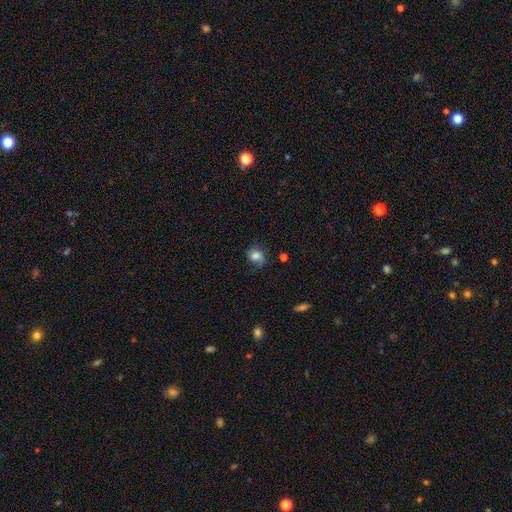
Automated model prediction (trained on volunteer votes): smooth_or_featured: smooth (p=0.70) [alt: featured or disk p=0.20]
how_rounded: round (p=0.57) [alt: in between p=0.42]
merging: none (p=0.56) [alt: minor disturbance p=0.29]